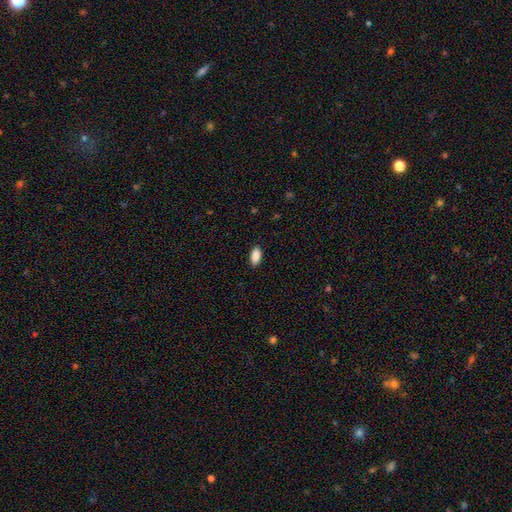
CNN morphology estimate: Smooth or featured?
  - smooth: 89% *
  - star or artifact: 7%
  - featured or disk: 4%
How rounded?
  - in between: 90% *
  - cigar-shaped: 8%
  - round: 2%
Merging?
  - none: 89% *
  - minor disturbance: 8%
  - major disturbance: 2%
  - merger: 1%